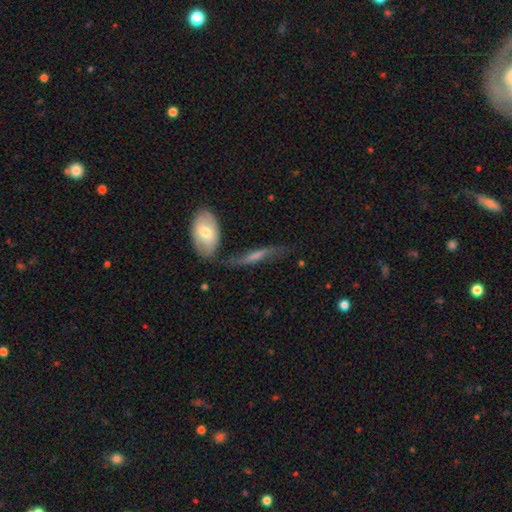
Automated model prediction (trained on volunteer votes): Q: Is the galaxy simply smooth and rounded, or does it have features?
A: featured or disk — 51%.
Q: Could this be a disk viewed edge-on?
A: no — 53%.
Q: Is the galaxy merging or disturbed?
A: none — 51%.